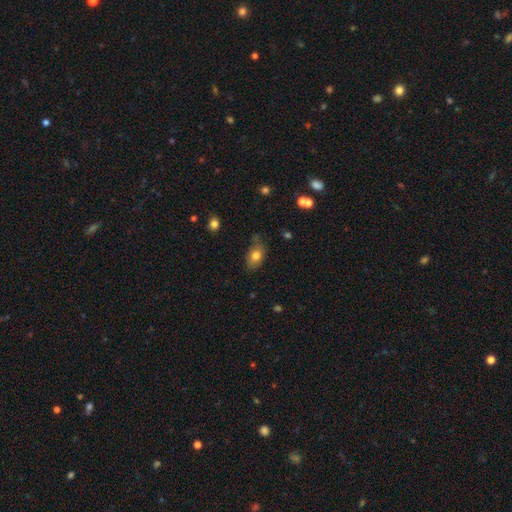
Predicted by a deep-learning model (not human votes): A smooth galaxy with no disk features (78%) that is in between round and cigar-shaped (83%). Merging: none (64%).